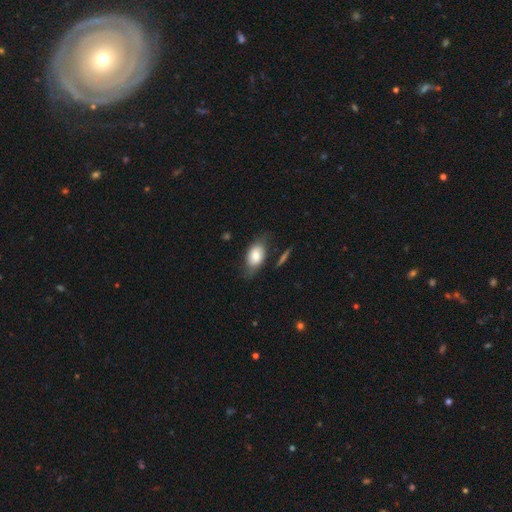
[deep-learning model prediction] smooth-or-featured: smooth: 73% | featured or disk: 20% | star or artifact: 7%
  how-rounded: in between: 88% | round: 10% | cigar-shaped: 2%
  merging: none: 59% | minor disturbance: 26% | major disturbance: 10% | merger: 5%